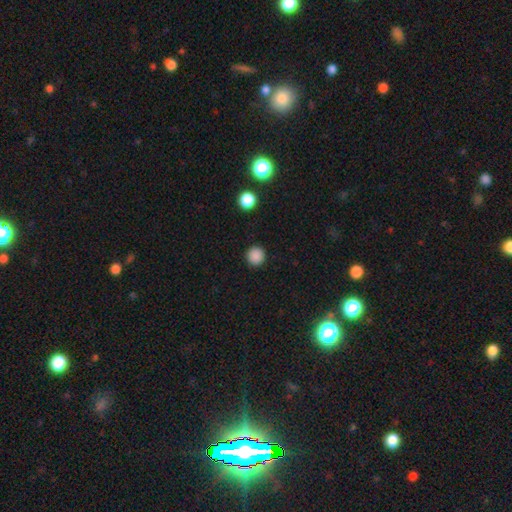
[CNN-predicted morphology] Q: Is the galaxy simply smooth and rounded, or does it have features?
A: smooth — 87%.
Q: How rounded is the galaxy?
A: round — 95%.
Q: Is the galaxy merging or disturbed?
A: none — 92%.